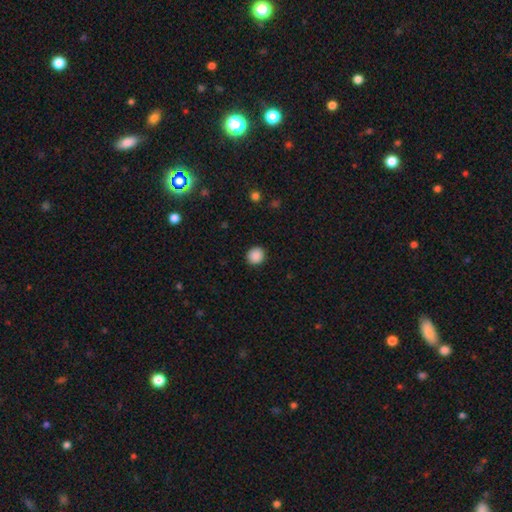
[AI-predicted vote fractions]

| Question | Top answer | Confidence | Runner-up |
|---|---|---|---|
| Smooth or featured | smooth | 89% | star or artifact (9%) |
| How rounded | round | 89% | in between (11%) |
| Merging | none | 91% | minor disturbance (6%) |